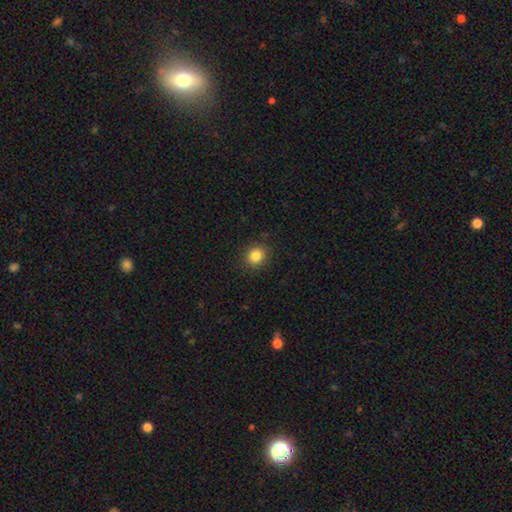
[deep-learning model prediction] Smooth or featured?
  - smooth: 84% *
  - star or artifact: 11%
  - featured or disk: 5%
How rounded?
  - round: 85% *
  - in between: 14%
  - cigar-shaped: 1%
Merging?
  - none: 90% *
  - minor disturbance: 7%
  - major disturbance: 2%
  - merger: 1%